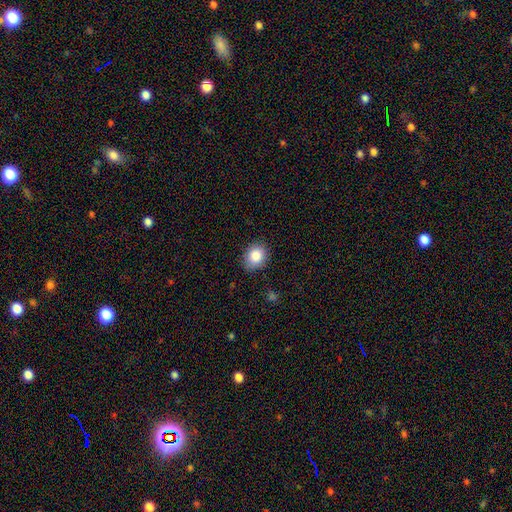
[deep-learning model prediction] smooth_or_featured: smooth (p=0.86) [alt: star or artifact p=0.09]
how_rounded: round (p=0.52) [alt: in between p=0.48]
merging: none (p=0.84) [alt: minor disturbance p=0.12]